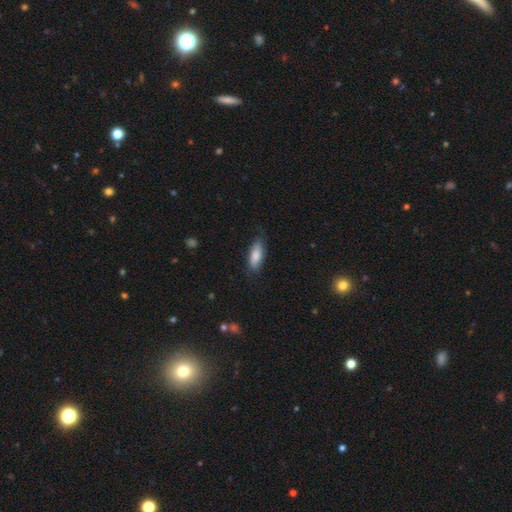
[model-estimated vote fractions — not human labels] Smooth or featured: smooth — 80% (featured or disk — 13%)
How rounded: in between — 75% (cigar-shaped — 23%)
Merging: none — 71% (minor disturbance — 22%)